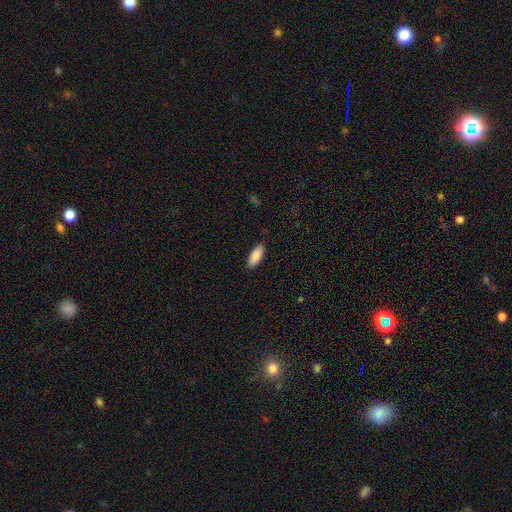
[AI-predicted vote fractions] Smooth or featured? smooth (88%)
How rounded? in between (79%)
Merging? none (89%)